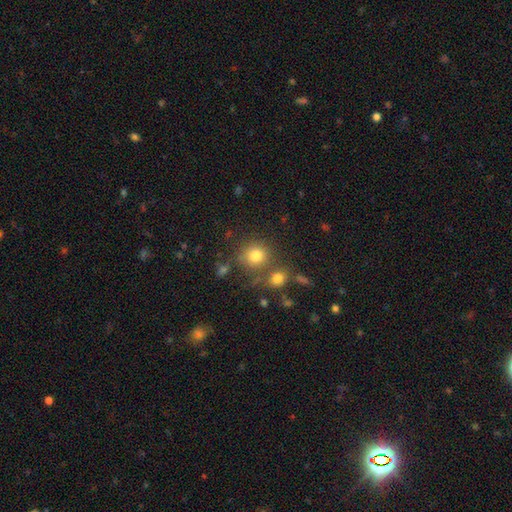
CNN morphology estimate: type=smooth (80%); roundness=round (86%); merging=none (68%).